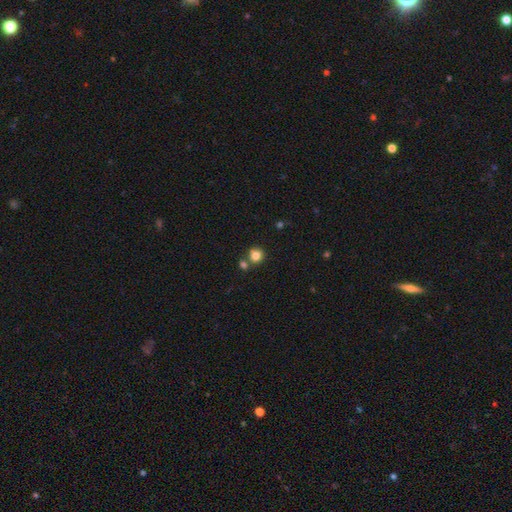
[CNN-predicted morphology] smooth 82%, star or artifact 11%, featured or disk 7%. Down the decision tree: how rounded — round (86%); merging — none (67%).